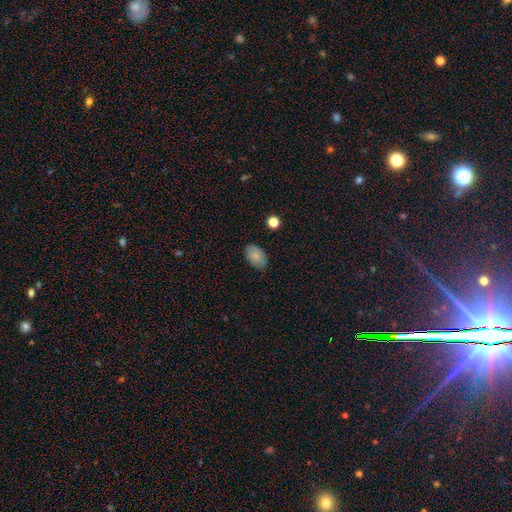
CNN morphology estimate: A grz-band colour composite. It shows a smooth galaxy with no disk features (81%) that is in between round and cigar-shaped (90%). Merging: none (83%).